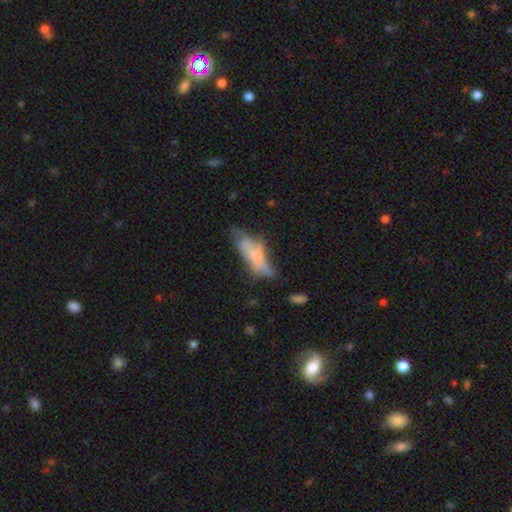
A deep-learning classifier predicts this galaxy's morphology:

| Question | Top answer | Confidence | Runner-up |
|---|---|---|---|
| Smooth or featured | smooth | 55% | featured or disk (36%) |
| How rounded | in between | 57% | cigar-shaped (41%) |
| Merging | none | 34% | minor disturbance (29%) |